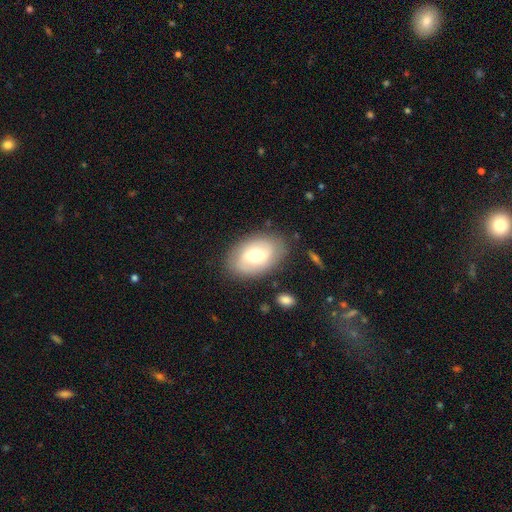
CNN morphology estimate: The model was most divided on "smooth or featured": featured or disk: 51%, smooth: 42%, star or artifact: 7%. More confident: edge-on disk — no (93%); merging — none (82%).